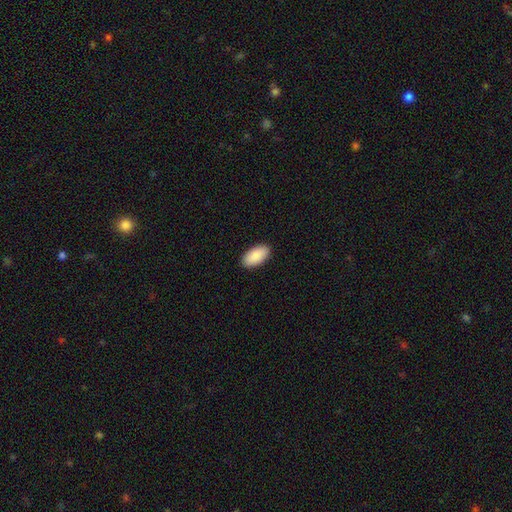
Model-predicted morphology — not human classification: A smooth galaxy with no disk features (88%) that is in between round and cigar-shaped (95%).

Vote fractions:
- Smooth or featured? smooth: 88% / star or artifact: 6% / featured or disk: 6%
- How rounded? in between: 95% / round: 2% / cigar-shaped: 2%
- Merging? none: 90% / minor disturbance: 7% / major disturbance: 2% / merger: 1%